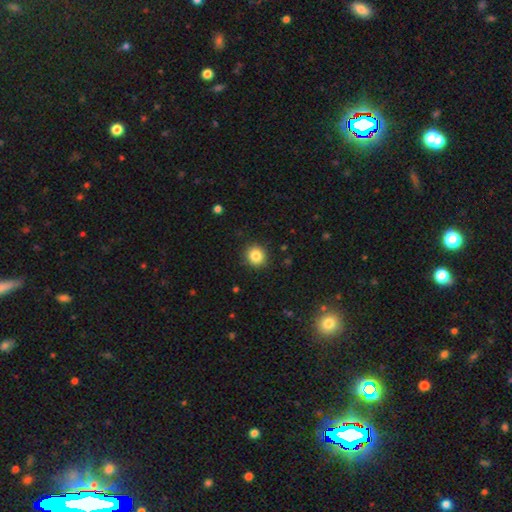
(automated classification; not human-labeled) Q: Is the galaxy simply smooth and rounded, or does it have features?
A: smooth — 84%.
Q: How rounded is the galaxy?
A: round — 89%.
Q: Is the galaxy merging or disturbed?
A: none — 91%.